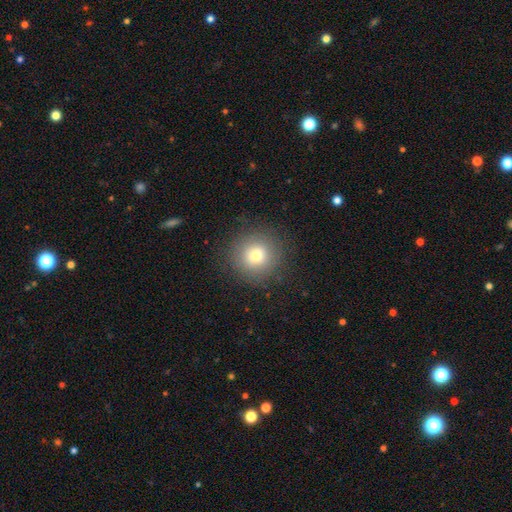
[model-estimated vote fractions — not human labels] A smooth galaxy with no disk features (74%) that is round (94%). Merging: none (88%).